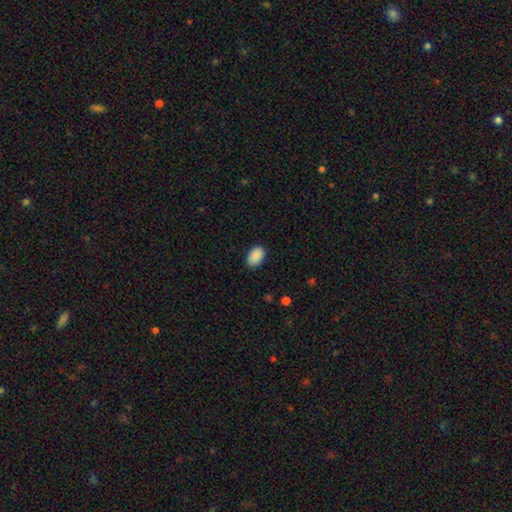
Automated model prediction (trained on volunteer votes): A smooth galaxy with no disk features (90%) that is in between round and cigar-shaped (88%). Merging: none (87%).